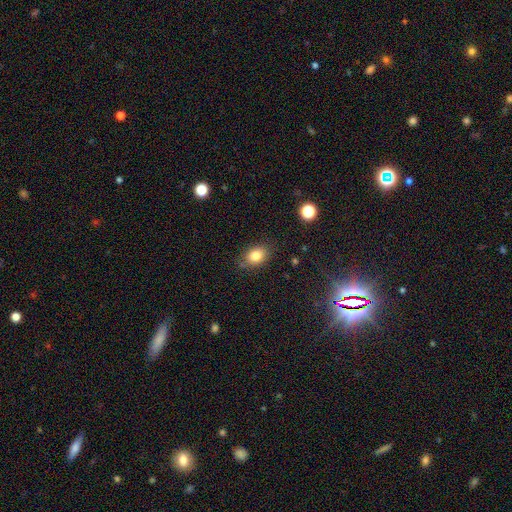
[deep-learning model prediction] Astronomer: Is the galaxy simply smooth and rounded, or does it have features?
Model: smooth — 82%.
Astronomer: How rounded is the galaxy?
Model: in between — 73%.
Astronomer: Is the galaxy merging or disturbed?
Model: none — 81%.